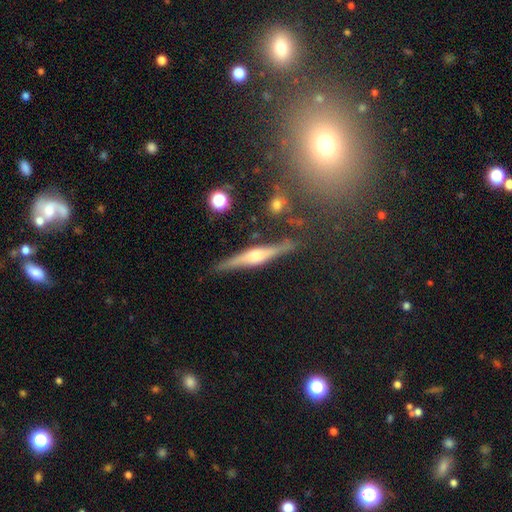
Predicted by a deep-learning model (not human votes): featured or disk 71%, smooth 22%, star or artifact 7%. Down the decision tree: edge-on disk — yes (95%); edge-on bulge — rounded (77%); merging — none (79%).